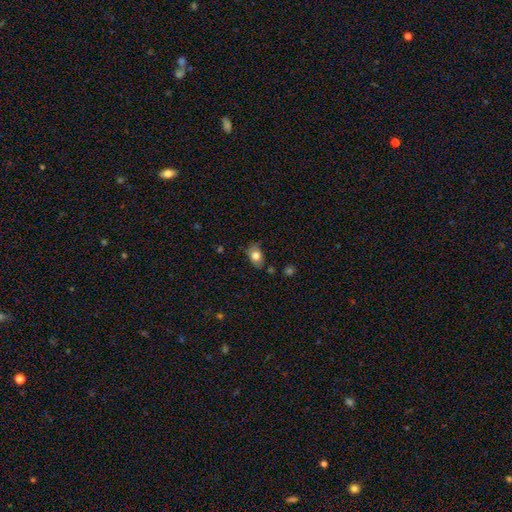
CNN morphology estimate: Smooth or featured? smooth (78%)
How rounded? in between (80%)
Merging? none (69%)